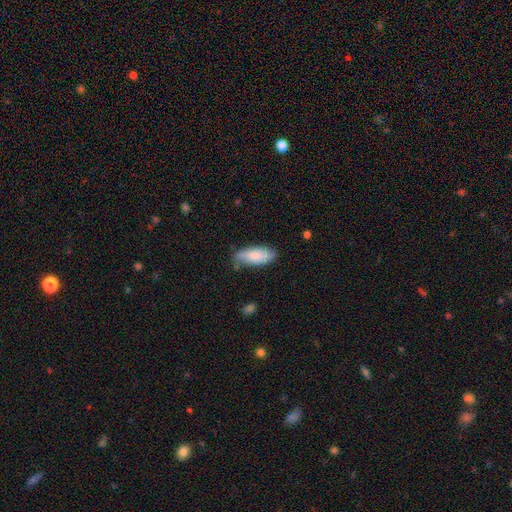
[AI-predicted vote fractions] Smooth or featured? Predicted: smooth (p=0.80). How rounded? Predicted: in between (p=0.81). Merging? Predicted: none (p=0.67).